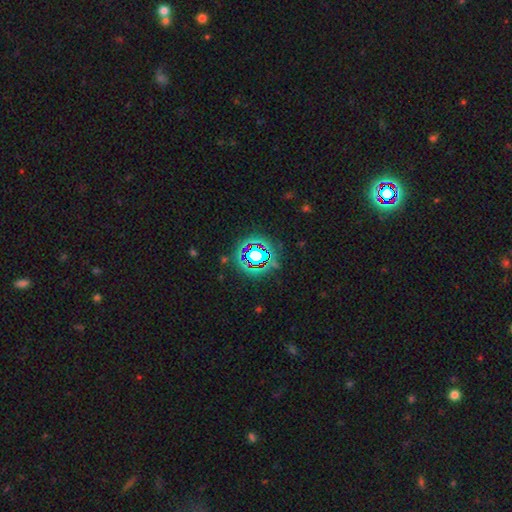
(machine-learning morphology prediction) Overall: star or artifact (68%).